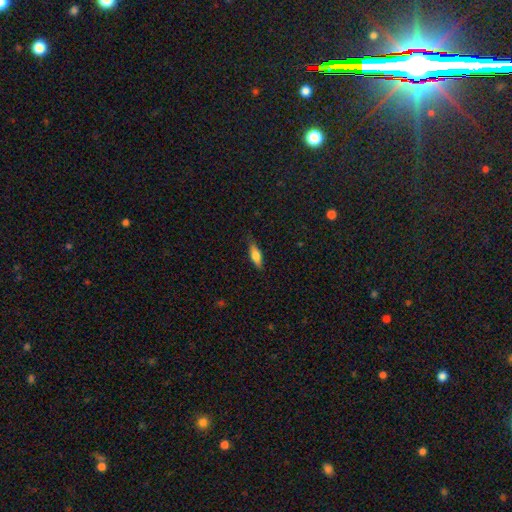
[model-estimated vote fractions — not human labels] smooth-or-featured: smooth: 65% | featured or disk: 28% | star or artifact: 7%
  how-rounded: cigar-shaped: 50% | in between: 47% | round: 3%
  merging: none: 81% | minor disturbance: 15% | major disturbance: 3% | merger: 1%